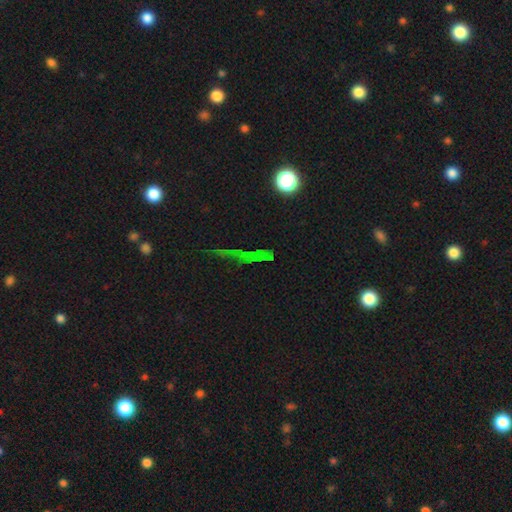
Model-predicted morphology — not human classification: A star or artifact, not a galaxy (46%).

Vote fractions:
- Smooth or featured? star or artifact: 46% / smooth: 29% / featured or disk: 24%